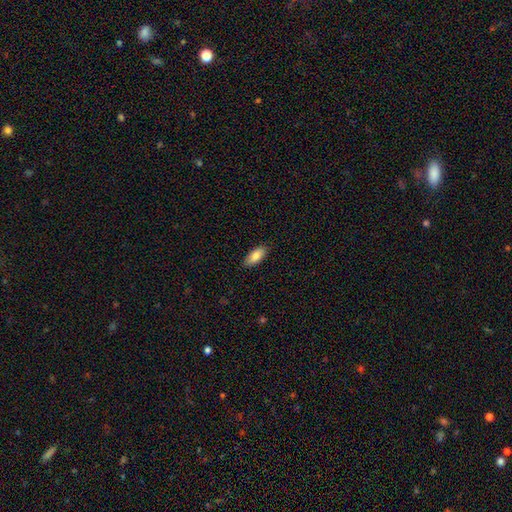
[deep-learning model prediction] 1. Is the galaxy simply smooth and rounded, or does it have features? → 85% smooth, 9% featured or disk, 6% star or artifact.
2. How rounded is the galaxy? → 83% in between, 15% cigar-shaped, 2% round.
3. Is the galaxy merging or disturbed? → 88% none, 9% minor disturbance, 2% major disturbance, 1% merger.